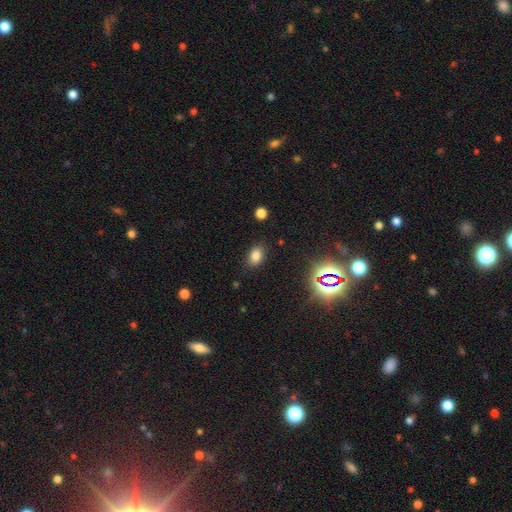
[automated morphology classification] This is likely a smooth galaxy (78%). How rounded: clearly in between (82%). Merging: clearly none (85%).